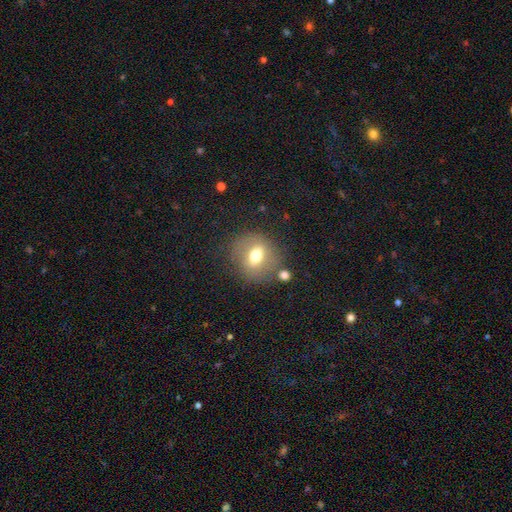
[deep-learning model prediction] A smooth galaxy with no disk features (60%) that is round (69%). Merging: none (74%).